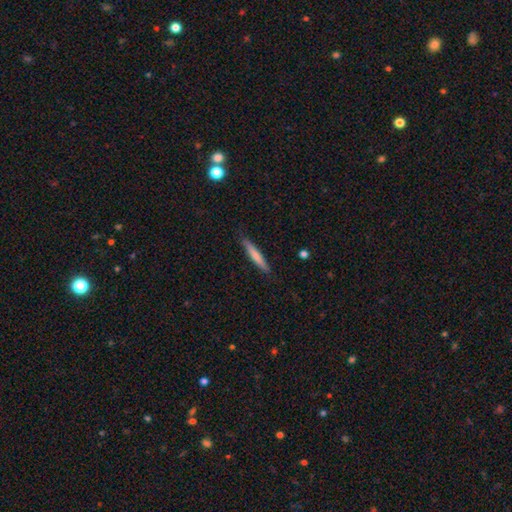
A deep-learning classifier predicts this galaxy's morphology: Smooth or featured? smooth (69%)
How rounded? cigar-shaped (95%)
Merging? none (88%)